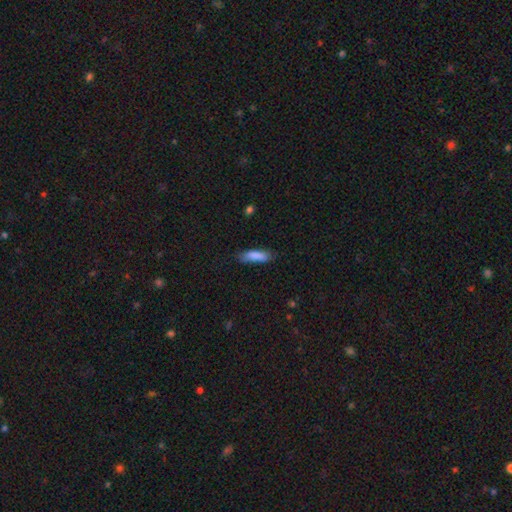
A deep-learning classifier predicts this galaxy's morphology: Q: Smooth or featured?
A: smooth (84%); runner-up: featured or disk (9%)
Q: How rounded?
A: cigar-shaped (58%); runner-up: in between (40%)
Q: Merging?
A: none (74%); runner-up: minor disturbance (20%)